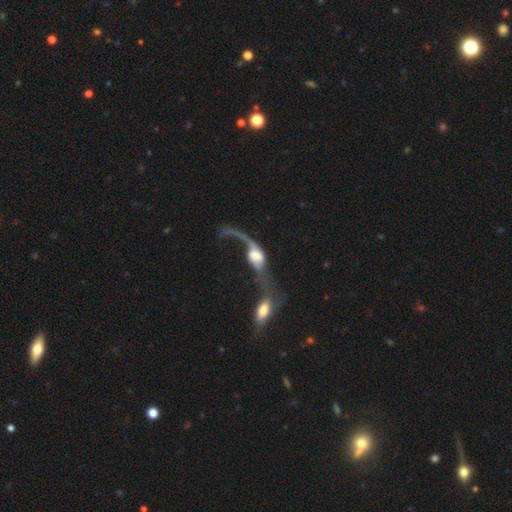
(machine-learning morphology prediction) Smooth or featured? Predicted: featured or disk (p=0.62). Edge-on disk? Predicted: no (p=0.84). Bar? Predicted: no (p=0.63). Spiral arms? Predicted: yes (p=0.67). Bulge size? Predicted: large (p=0.40). Merging? Predicted: merger (p=0.64).